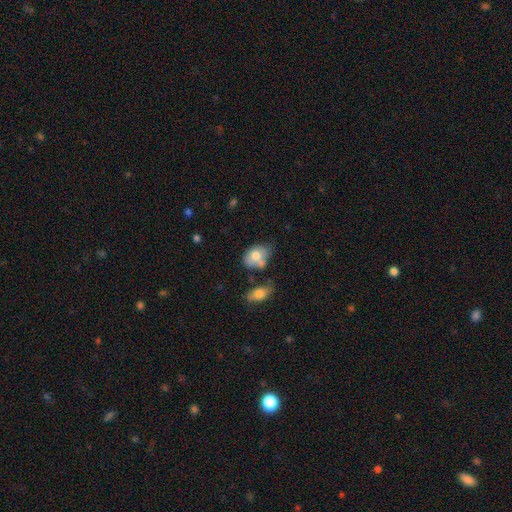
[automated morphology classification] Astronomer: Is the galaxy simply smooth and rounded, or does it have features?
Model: smooth — 70%.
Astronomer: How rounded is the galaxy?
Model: in between — 78%.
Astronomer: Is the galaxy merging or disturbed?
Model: none — 36% (runner-up: merger, 29%).